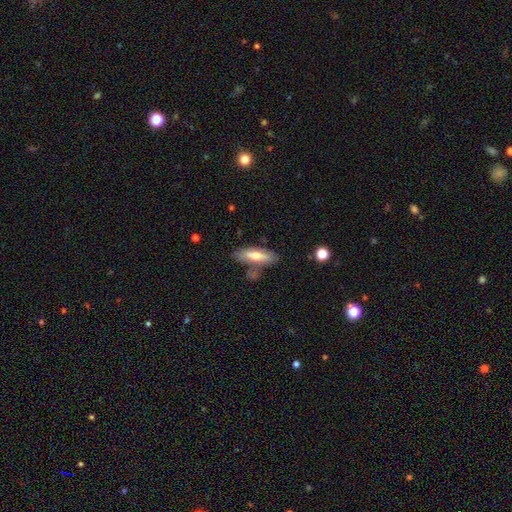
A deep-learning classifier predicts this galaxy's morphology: type=smooth (55%); roundness=cigar-shaped (50%); merging=none (63%).